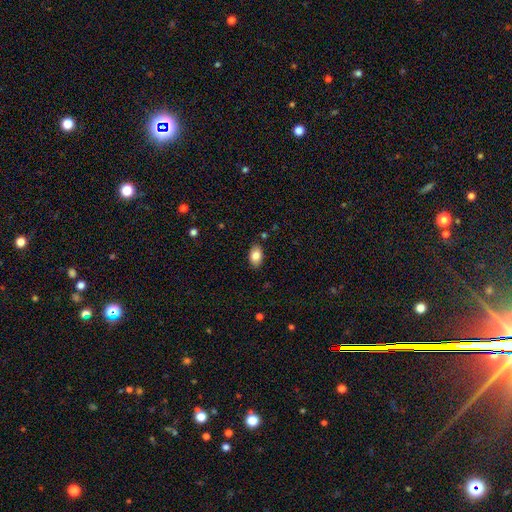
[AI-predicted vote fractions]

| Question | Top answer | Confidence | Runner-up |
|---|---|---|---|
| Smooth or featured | smooth | 84% | featured or disk (9%) |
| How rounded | in between | 91% | round (8%) |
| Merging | none | 86% | minor disturbance (10%) |